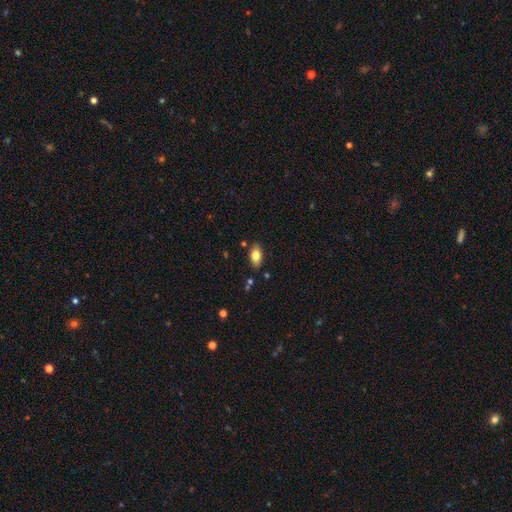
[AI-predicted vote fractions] Morphology: type=smooth (79%); roundness=in between (91%); merging=none (84%).